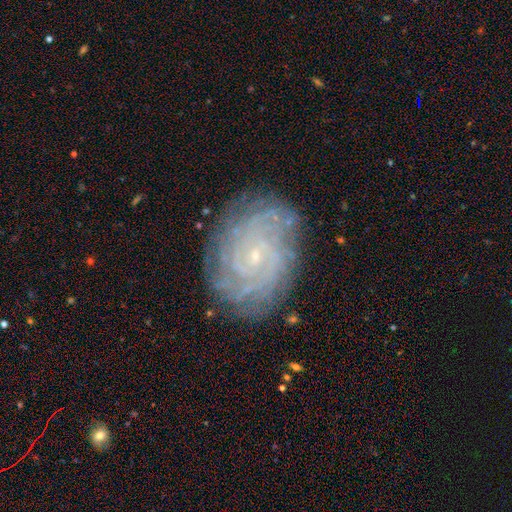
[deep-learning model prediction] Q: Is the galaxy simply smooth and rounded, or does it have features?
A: featured or disk — 84%.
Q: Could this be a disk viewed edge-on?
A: no — 97%.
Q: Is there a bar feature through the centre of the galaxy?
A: no — 70%.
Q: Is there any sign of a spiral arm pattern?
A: yes — 97%.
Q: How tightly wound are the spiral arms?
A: tight — 83%.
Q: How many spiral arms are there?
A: can't tell — 29%.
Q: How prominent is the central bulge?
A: small — 87%.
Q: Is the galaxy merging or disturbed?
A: none — 83%.